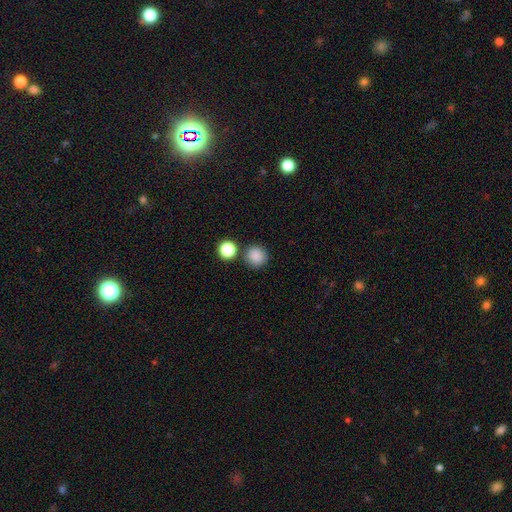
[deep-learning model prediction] This is clearly a smooth galaxy (85%). How rounded: clearly round (93%). Merging: clearly none (81%).